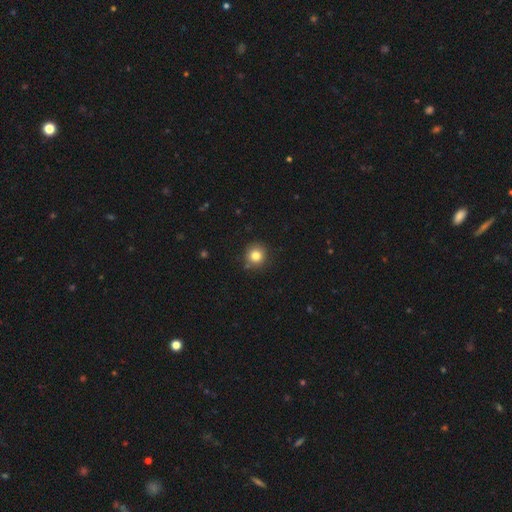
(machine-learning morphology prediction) This is clearly a smooth galaxy (82%). How rounded: clearly round (92%). Merging: clearly none (87%).